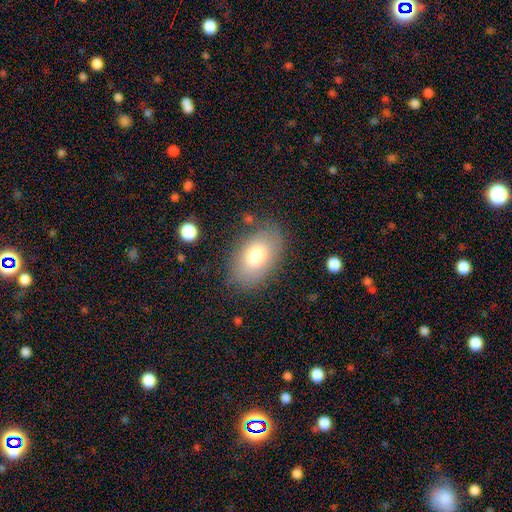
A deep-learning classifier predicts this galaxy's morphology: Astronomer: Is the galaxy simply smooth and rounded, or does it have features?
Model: smooth — 75%.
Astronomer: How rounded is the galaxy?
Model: in between — 90%.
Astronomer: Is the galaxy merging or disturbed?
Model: none — 78%.